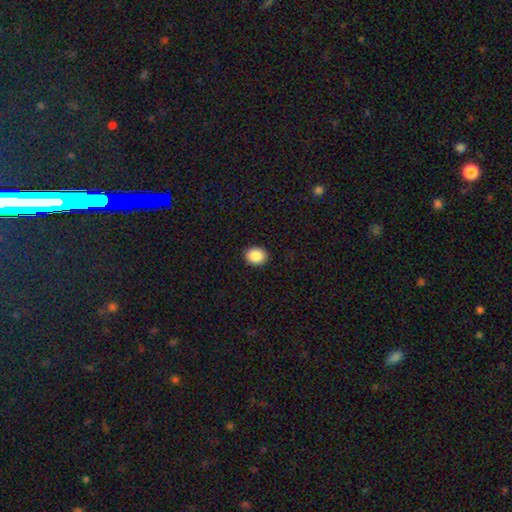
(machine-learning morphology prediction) Overall: smooth (88%). How rounded: round (62%; in between 37%). Merging: none (92%).